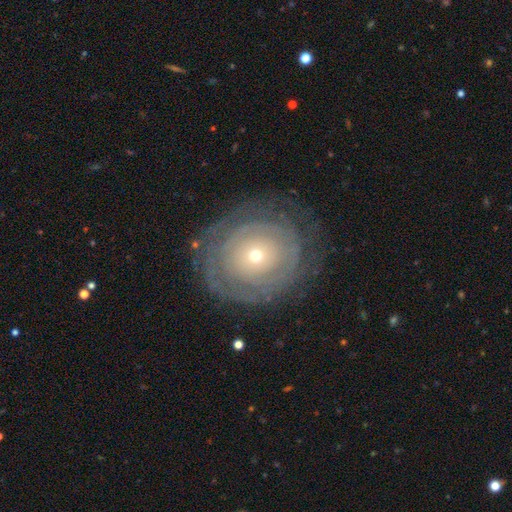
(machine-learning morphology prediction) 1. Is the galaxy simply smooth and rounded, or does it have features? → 65% featured or disk, 27% smooth, 7% star or artifact.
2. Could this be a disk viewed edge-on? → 96% no, 4% yes.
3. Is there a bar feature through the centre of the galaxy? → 90% no, 7% weak, 3% strong.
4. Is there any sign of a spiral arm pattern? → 55% yes, 45% no.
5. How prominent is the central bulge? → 73% small, 23% moderate, 2% large, 1% dominant, 1% none.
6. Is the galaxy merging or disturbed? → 78% none, 13% minor disturbance, 7% major disturbance, 1% merger.